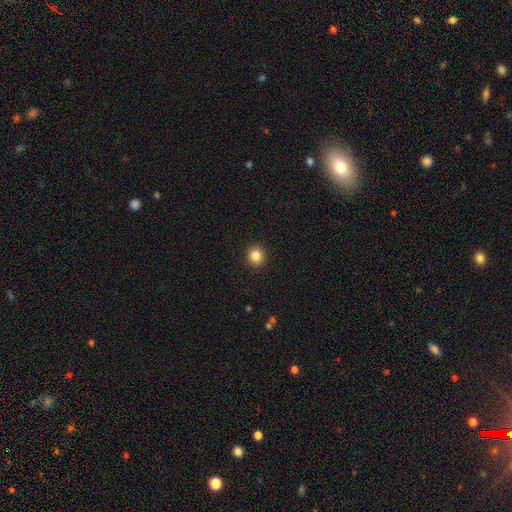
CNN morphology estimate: A smooth galaxy with no disk features (84%) that is round (86%).

Vote fractions:
- Smooth or featured? smooth: 84% / star or artifact: 11% / featured or disk: 5%
- How rounded? round: 86% / in between: 13% / cigar-shaped: 1%
- Merging? none: 92% / minor disturbance: 5% / major disturbance: 2% / merger: 1%